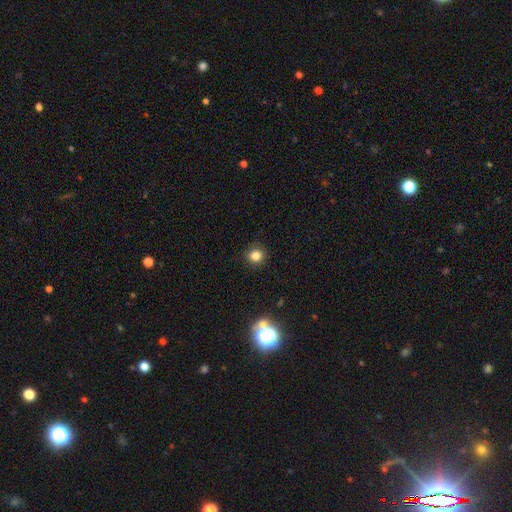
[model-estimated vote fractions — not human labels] smooth-or-featured: smooth: 81% | star or artifact: 13% | featured or disk: 5%
  how-rounded: round: 86% | in between: 13% | cigar-shaped: 1%
  merging: none: 90% | minor disturbance: 7% | major disturbance: 2% | merger: 1%